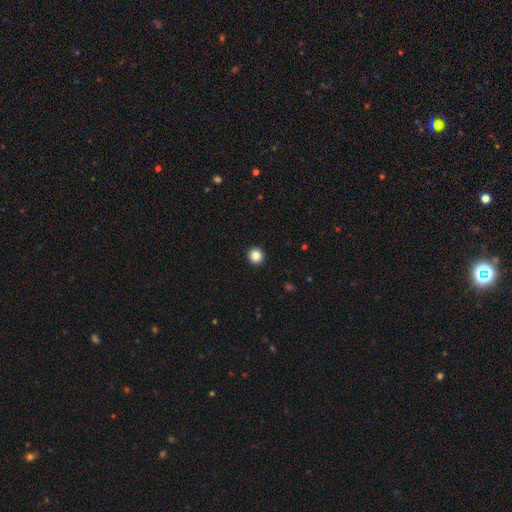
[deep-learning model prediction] A smooth galaxy with no disk features (85%) that is round (94%). Merging: none (94%).